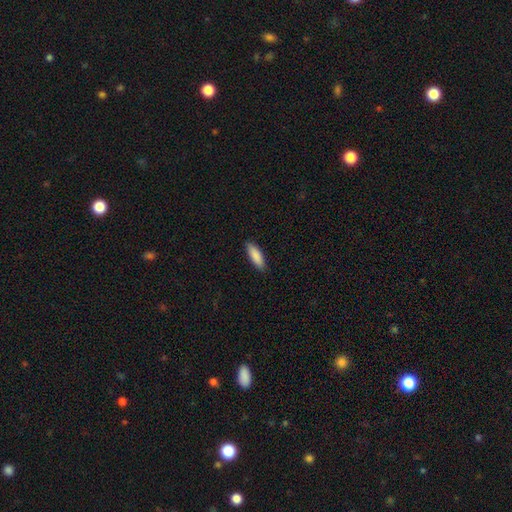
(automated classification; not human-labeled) smooth-or-featured: smooth: 88% | featured or disk: 7% | star or artifact: 6%
  how-rounded: cigar-shaped: 51% | in between: 48% | round: 2%
  merging: none: 89% | minor disturbance: 9% | major disturbance: 2% | merger: 1%